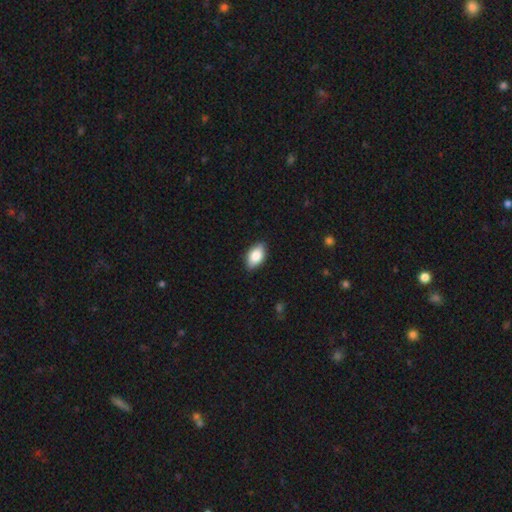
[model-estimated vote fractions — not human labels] Q: Smooth or featured?
A: smooth (83%); runner-up: featured or disk (10%)
Q: How rounded?
A: in between (92%); runner-up: round (5%)
Q: Merging?
A: none (85%); runner-up: minor disturbance (12%)